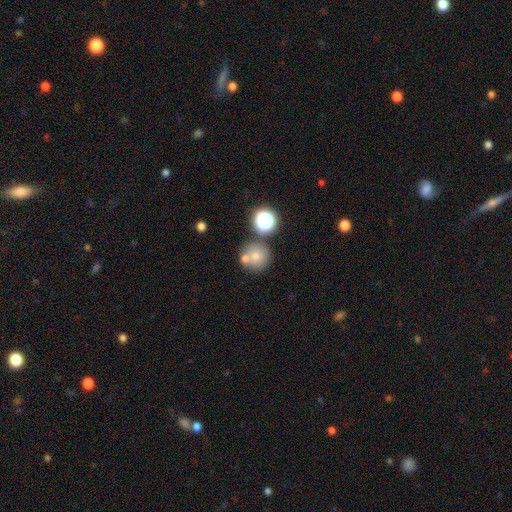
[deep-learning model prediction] smooth_or_featured: smooth (p=0.69) [alt: star or artifact p=0.16]
how_rounded: round (p=0.93) [alt: in between p=0.06]
merging: none (p=0.61) [alt: merger p=0.27]